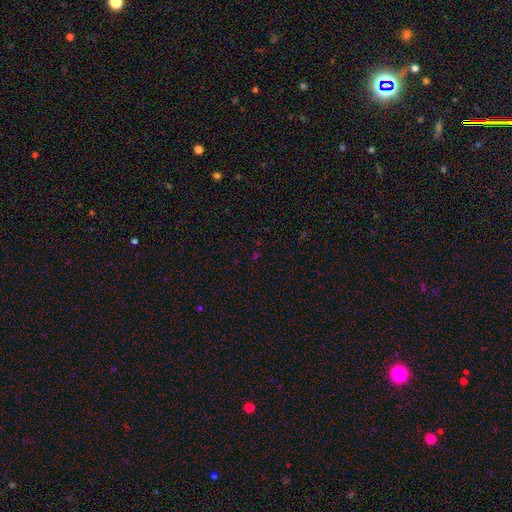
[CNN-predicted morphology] smooth_or_featured: star or artifact (p=0.61) [alt: smooth p=0.32]